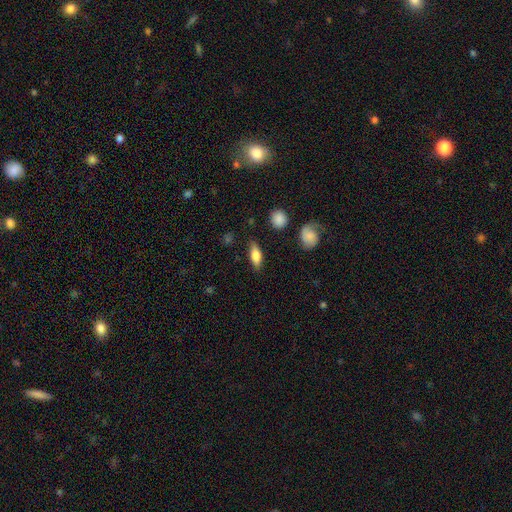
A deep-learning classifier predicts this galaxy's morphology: Smooth or featured?
  - smooth: 73% *
  - featured or disk: 20%
  - star or artifact: 7%
How rounded?
  - in between: 73% *
  - cigar-shaped: 23%
  - round: 4%
Merging?
  - none: 81% *
  - minor disturbance: 14%
  - major disturbance: 3%
  - merger: 2%